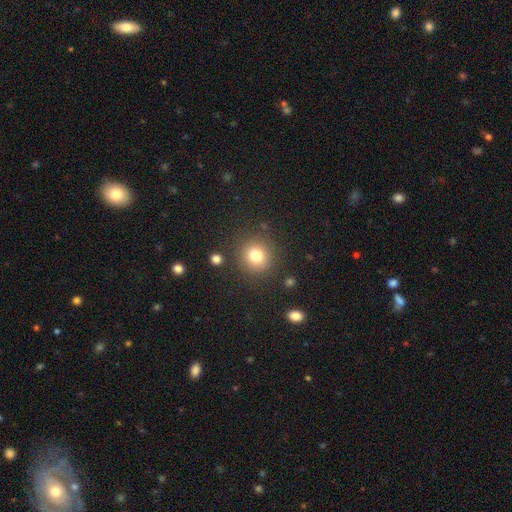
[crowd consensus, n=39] smooth_or_featured: smooth (p=0.82) [alt: featured or disk p=0.10]
how_rounded: round (p=0.94) [alt: in between p=0.06]
merging: none (p=0.83) [alt: minor disturbance p=0.08]